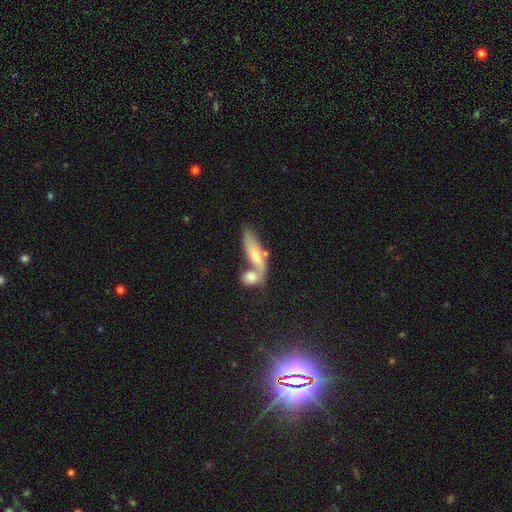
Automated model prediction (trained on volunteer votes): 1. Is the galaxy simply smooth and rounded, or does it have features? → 56% smooth, 35% featured or disk, 8% star or artifact.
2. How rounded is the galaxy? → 49% in between, 47% cigar-shaped, 4% round.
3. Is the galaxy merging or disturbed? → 47% merger, 35% none, 12% minor disturbance, 6% major disturbance.